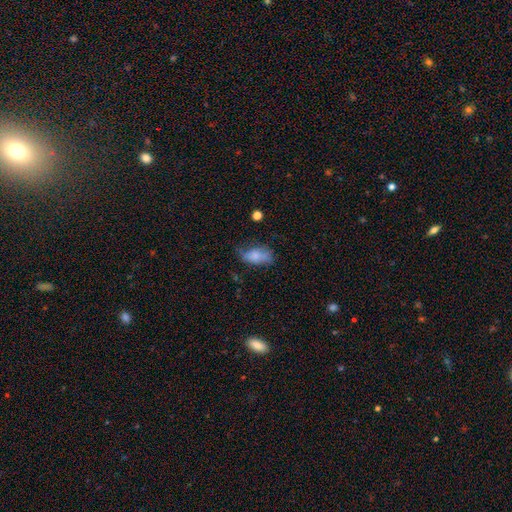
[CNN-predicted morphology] Q: Smooth or featured?
A: smooth (68%); runner-up: featured or disk (23%)
Q: How rounded?
A: in between (89%); runner-up: round (6%)
Q: Merging?
A: none (43%); runner-up: minor disturbance (33%)